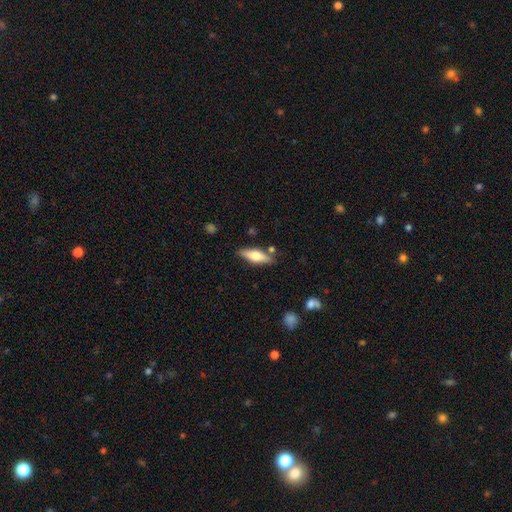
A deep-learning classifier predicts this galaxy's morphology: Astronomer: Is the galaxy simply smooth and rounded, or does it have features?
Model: smooth — 57% (runner-up: featured or disk, 36%).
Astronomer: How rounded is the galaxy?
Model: in between — 51% (runner-up: cigar-shaped, 46%).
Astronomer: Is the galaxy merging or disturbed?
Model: none — 80%.